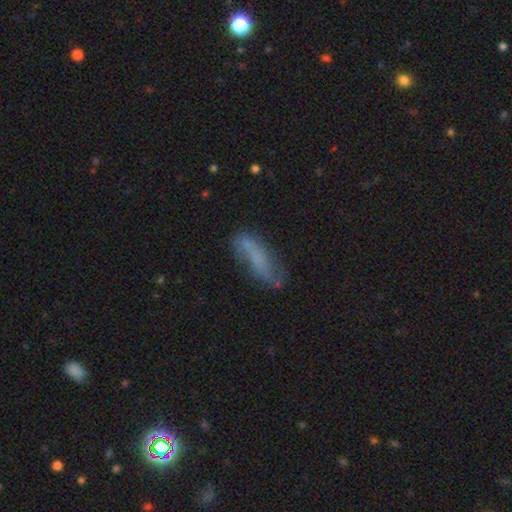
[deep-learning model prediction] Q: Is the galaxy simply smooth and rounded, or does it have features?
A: smooth — 50%.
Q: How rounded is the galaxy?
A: cigar-shaped — 60%.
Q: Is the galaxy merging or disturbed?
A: none — 56%.